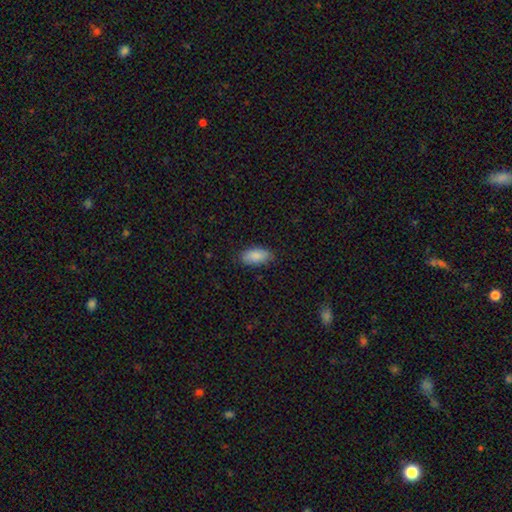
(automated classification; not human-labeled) A smooth galaxy with no disk features (88%) that is in between round and cigar-shaped (92%). Merging: none (81%).